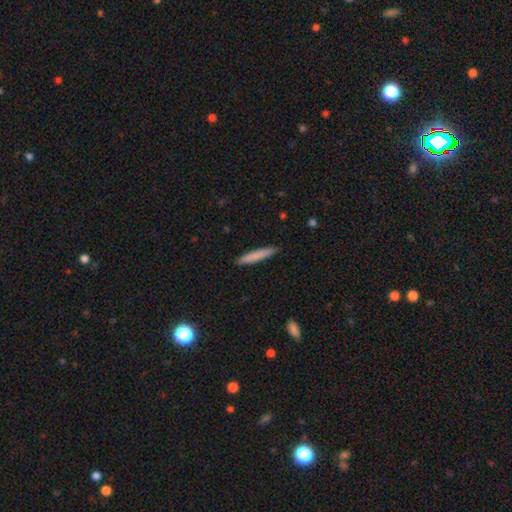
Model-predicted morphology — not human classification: A smooth galaxy with no disk features (81%) that is cigar-shaped (94%).

Vote fractions:
- Smooth or featured? smooth: 81% / featured or disk: 14% / star or artifact: 6%
- How rounded? cigar-shaped: 94% / in between: 5% / round: 1%
- Merging? none: 91% / minor disturbance: 7% / major disturbance: 1% / merger: 1%